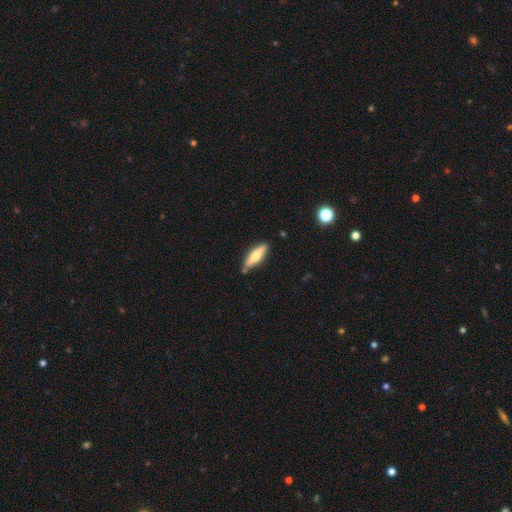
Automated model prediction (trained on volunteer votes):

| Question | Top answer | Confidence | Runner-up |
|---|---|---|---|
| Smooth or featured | smooth | 54% | featured or disk (41%) |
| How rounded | cigar-shaped | 64% | in between (34%) |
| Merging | none | 81% | minor disturbance (13%) |